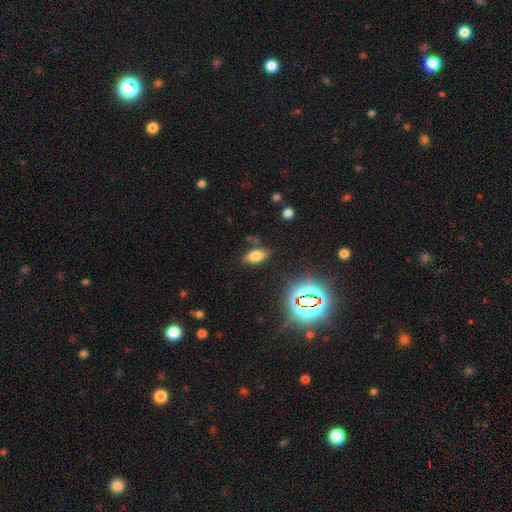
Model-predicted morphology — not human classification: smooth 70%, star or artifact 18%, featured or disk 12%. Down the decision tree: how rounded — in between (87%); merging — none (78%).